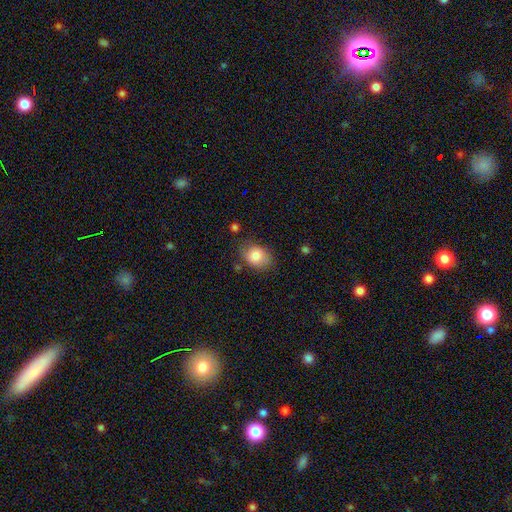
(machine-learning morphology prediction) type=smooth (82%); roundness=in between (60%); merging=none (73%).